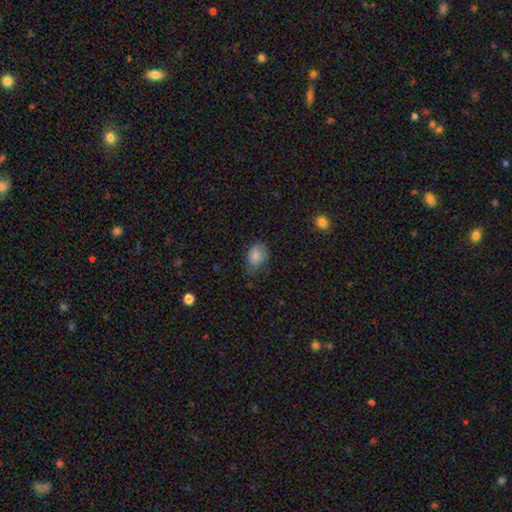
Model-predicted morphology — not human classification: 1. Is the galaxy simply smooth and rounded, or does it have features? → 83% smooth, 9% featured or disk, 9% star or artifact.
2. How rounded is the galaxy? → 66% in between, 33% round, 1% cigar-shaped.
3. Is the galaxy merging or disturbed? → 56% none, 33% minor disturbance, 10% major disturbance, 1% merger.